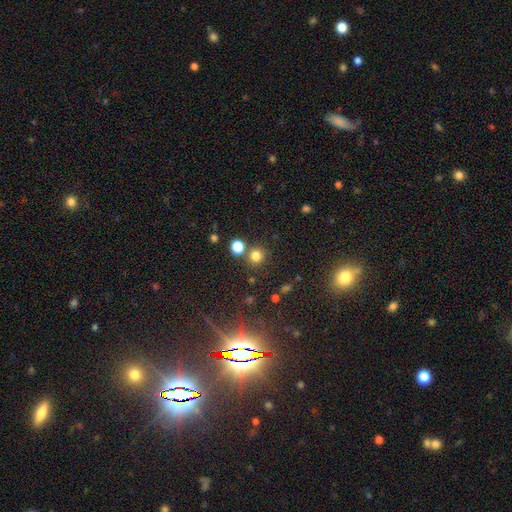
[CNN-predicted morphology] Overall: smooth (78%). How rounded: round (91%). Merging: none (77%).